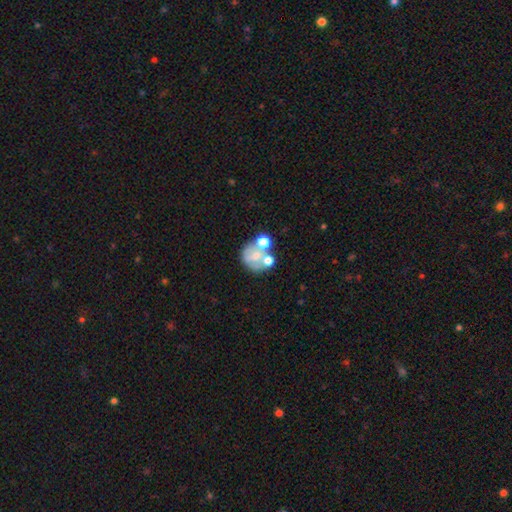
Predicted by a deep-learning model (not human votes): A smooth galaxy with no disk features (45%). Merging: merger (40%).